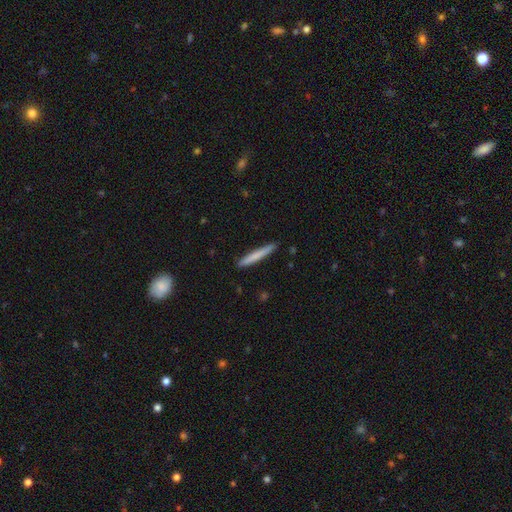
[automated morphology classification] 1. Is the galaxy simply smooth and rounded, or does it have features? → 74% smooth, 21% featured or disk, 6% star or artifact.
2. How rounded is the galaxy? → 96% cigar-shaped, 3% in between, 1% round.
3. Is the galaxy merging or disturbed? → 90% none, 8% minor disturbance, 1% major disturbance, 1% merger.